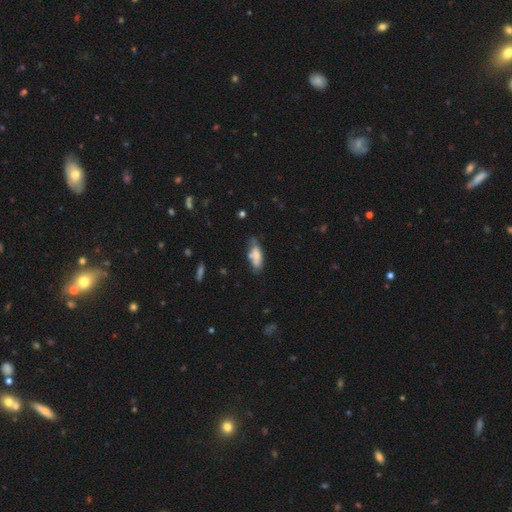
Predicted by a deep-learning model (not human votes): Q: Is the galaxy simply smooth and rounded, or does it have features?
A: smooth — 65%.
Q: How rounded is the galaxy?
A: in between — 68%.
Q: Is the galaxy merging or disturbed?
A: none — 50%.